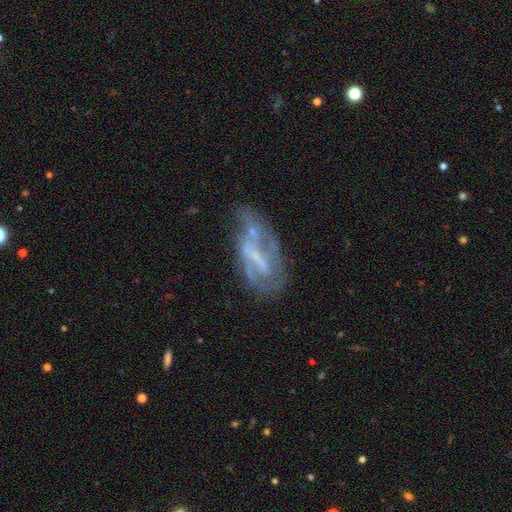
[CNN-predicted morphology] smooth-or-featured: featured or disk: 68% | smooth: 21% | star or artifact: 10%
  disk-edge-on: no: 91% | yes: 9%
    bar: strong: 34% | weak: 33% | no: 32%
    has-spiral-arms: no: 55% | yes: 45%
    bulge-size: none: 53% | small: 28% | moderate: 16% | large: 3% | dominant: 1%
  merging: none: 37% | major disturbance: 27% | minor disturbance: 25% | merger: 11%